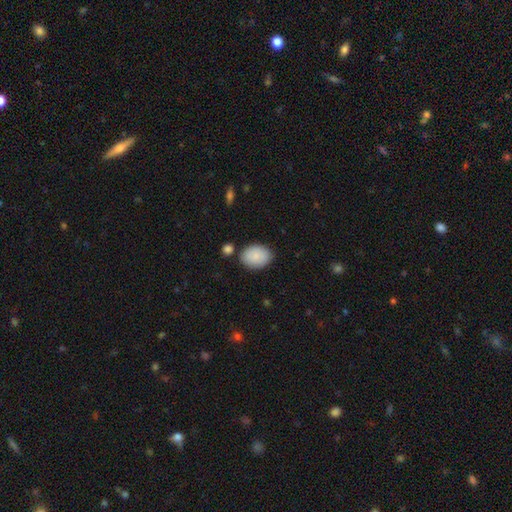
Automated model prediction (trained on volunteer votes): This appears to be a smooth galaxy with no disk features (86%) that is in between round and cigar-shaped (75%). Merging: none (78%).